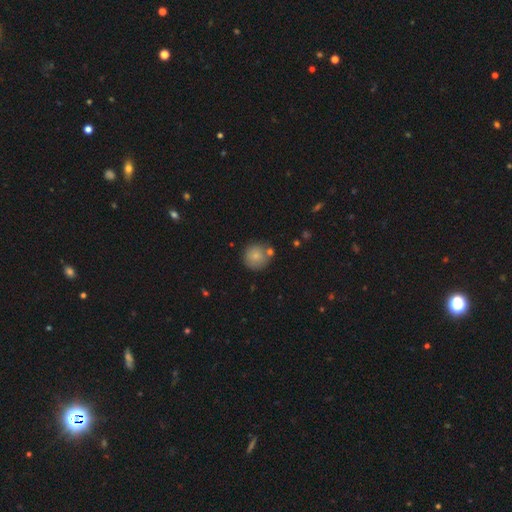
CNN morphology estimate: Q: Smooth or featured?
A: smooth (81%); runner-up: featured or disk (10%)
Q: How rounded?
A: round (94%); runner-up: in between (5%)
Q: Merging?
A: none (73%); runner-up: merger (13%)